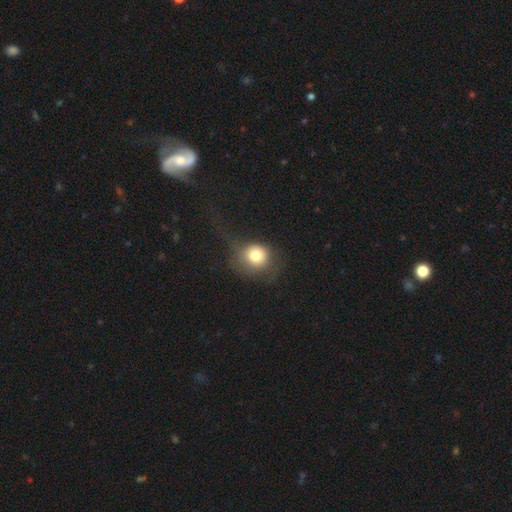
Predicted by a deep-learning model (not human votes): smooth_or_featured: smooth (p=0.75) [alt: featured or disk p=0.14]
how_rounded: round (p=0.83) [alt: in between p=0.16]
merging: none (p=0.38) [alt: major disturbance p=0.35]